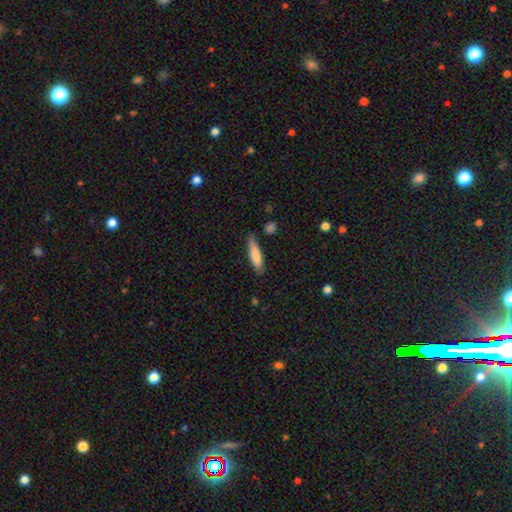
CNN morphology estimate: Smooth or featured? smooth (80%)
How rounded? cigar-shaped (77%)
Merging? none (80%)